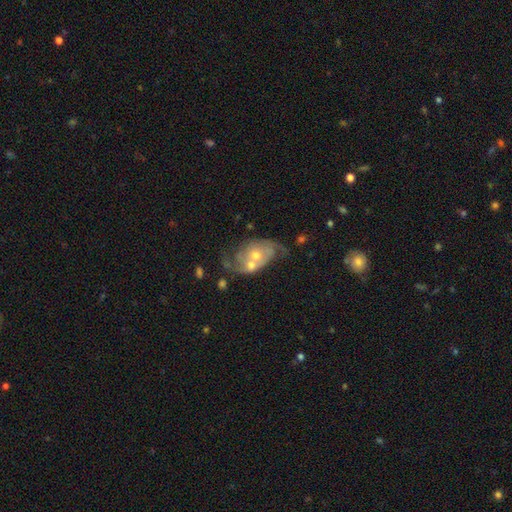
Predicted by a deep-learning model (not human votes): Smooth or featured? featured or disk (75%)
Edge-on disk? no (96%)
Bar? no (75%)
Spiral arms? yes (85%)
Spiral winding? loose (41%)
Spiral arm count? 2 (78%)
Bulge size? moderate (54%)
Merging? merger (40%)